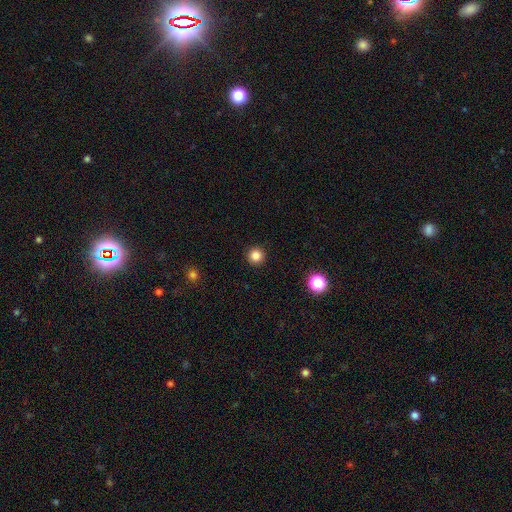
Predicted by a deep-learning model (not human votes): Smooth or featured? Predicted: smooth (p=0.83). How rounded? Predicted: round (p=0.96). Merging? Predicted: none (p=0.93).